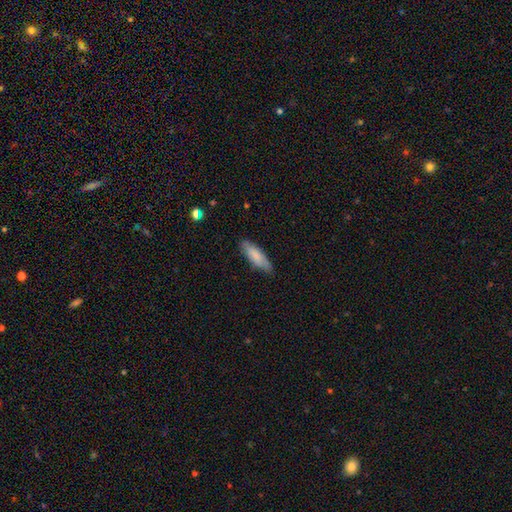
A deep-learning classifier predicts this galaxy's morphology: smooth-or-featured: smooth: 79% | featured or disk: 15% | star or artifact: 6%
  how-rounded: in between: 51% | cigar-shaped: 48% | round: 1%
  merging: none: 81% | minor disturbance: 15% | major disturbance: 3% | merger: 1%